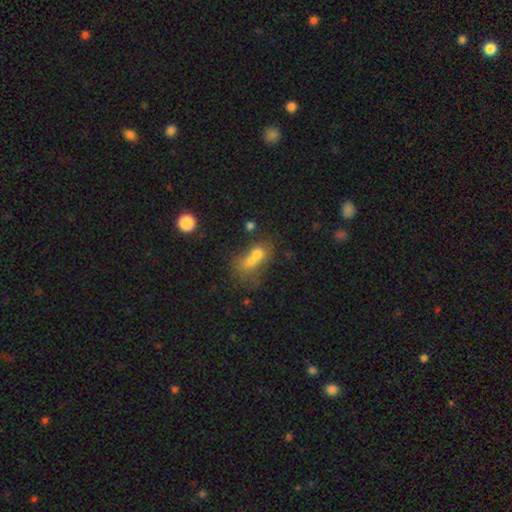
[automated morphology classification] Smooth or featured?
  - smooth: 61% *
  - featured or disk: 23%
  - star or artifact: 16%
How rounded?
  - in between: 49% *
  - round: 47%
  - cigar-shaped: 4%
Merging?
  - merger: 65% *
  - none: 21%
  - major disturbance: 7%
  - minor disturbance: 7%